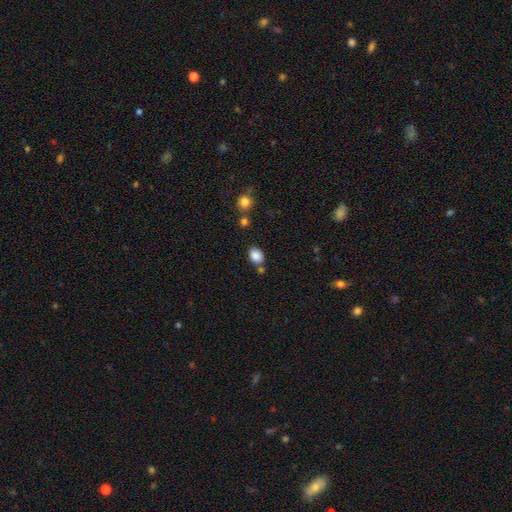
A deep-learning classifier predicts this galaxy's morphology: This appears to be a smooth galaxy with no disk features (87%) that is in between round and cigar-shaped (71%). Merging: none (74%).